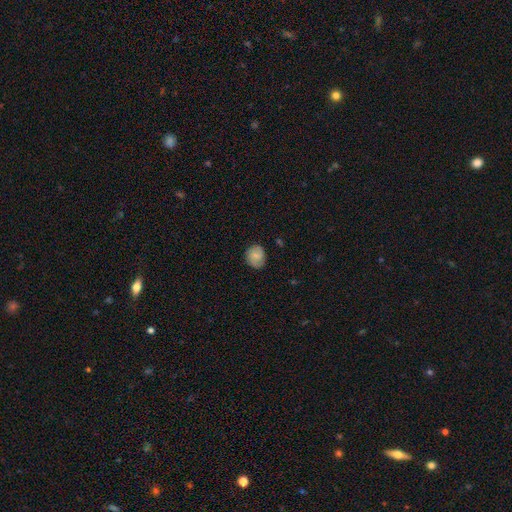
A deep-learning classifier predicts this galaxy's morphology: smooth-or-featured: smooth: 67% | featured or disk: 25% | star or artifact: 8%
  how-rounded: round: 72% | in between: 27% | cigar-shaped: 1%
  merging: none: 77% | minor disturbance: 18% | major disturbance: 4% | merger: 1%